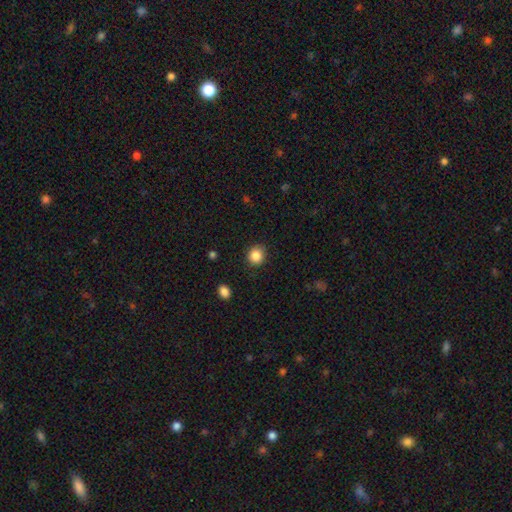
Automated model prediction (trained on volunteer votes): Morphology: type=smooth (86%); roundness=round (81%); merging=none (87%).